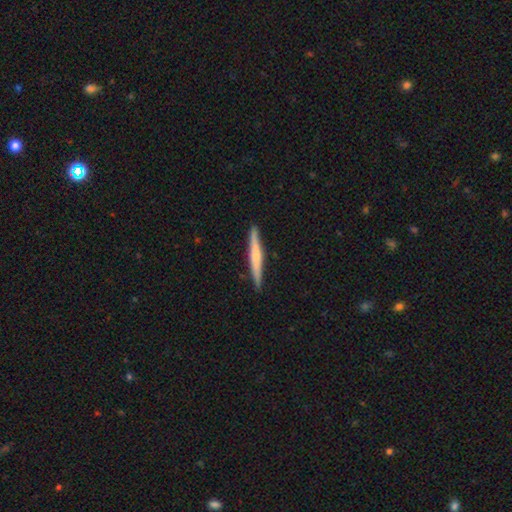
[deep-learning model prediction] This is possibly a smooth galaxy (48%). Merging: clearly none (91%).